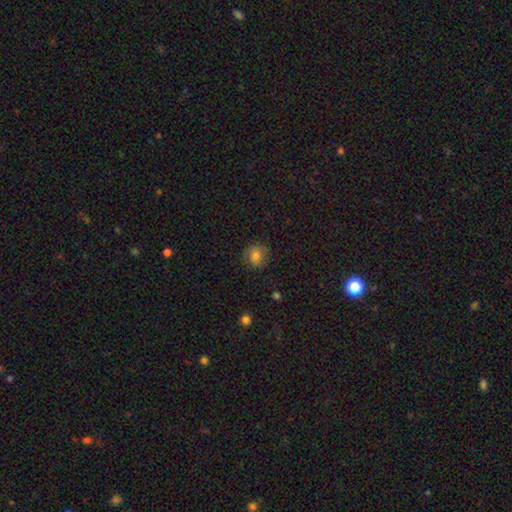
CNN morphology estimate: smooth-or-featured: smooth: 75% | featured or disk: 14% | star or artifact: 11%
  how-rounded: round: 81% | in between: 18% | cigar-shaped: 1%
  merging: none: 76% | minor disturbance: 18% | major disturbance: 6% | merger: 1%